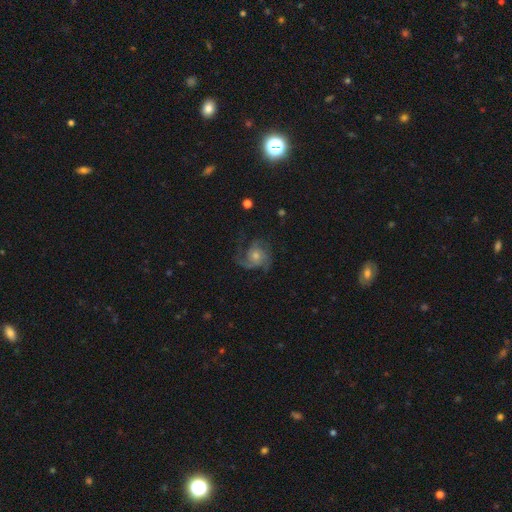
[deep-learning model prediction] Smooth or featured?
  - featured or disk: 80% *
  - smooth: 11%
  - star or artifact: 9%
Edge-on disk?
  - no: 98% *
  - yes: 2%
Bar?
  - no: 75% *
  - weak: 21%
  - strong: 4%
Spiral arms?
  - yes: 96% *
  - no: 4%
Spiral winding?
  - medium: 48% *
  - tight: 33%
  - loose: 19%
Spiral arm count?
  - 3: 45% *
  - 2: 22%
  - can't tell: 14%
  - 4: 8%
  - 1: 7%
  - more than 4: 5%
Bulge size?
  - small: 46% * (tied)
  - moderate: 46% * (tied)
  - large: 4%
  - none: 3%
  - dominant: 1%
Merging?
  - none: 66% *
  - minor disturbance: 17%
  - major disturbance: 15%
  - merger: 1%